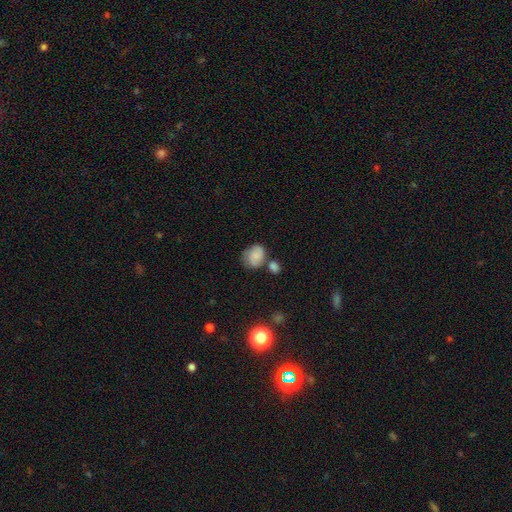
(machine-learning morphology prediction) Smooth or featured: smooth — 70% (featured or disk — 21%)
How rounded: round — 50% (in between — 49%)
Merging: none — 48% (minor disturbance — 24%)